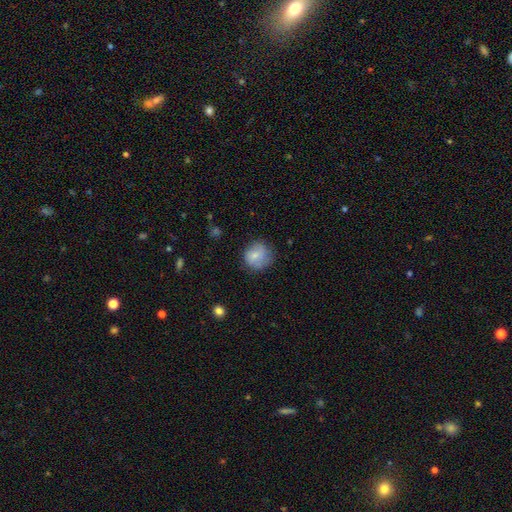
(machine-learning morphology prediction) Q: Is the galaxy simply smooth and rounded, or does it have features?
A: smooth — 78%.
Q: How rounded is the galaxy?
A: round — 84%.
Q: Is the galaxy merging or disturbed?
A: none — 71%.